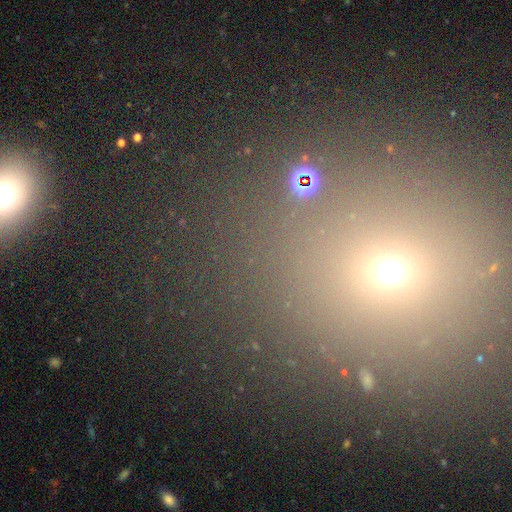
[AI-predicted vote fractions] Smooth or featured? Predicted: smooth (p=0.54). How rounded? Predicted: round (p=0.75). Merging? Predicted: none (p=0.81).